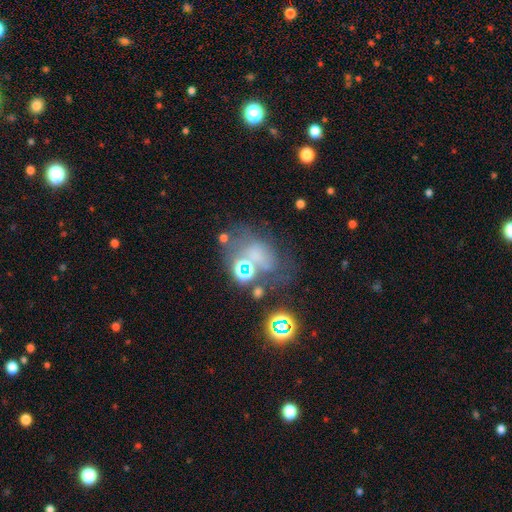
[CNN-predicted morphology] smooth-or-featured: smooth: 43% | star or artifact: 31% | featured or disk: 26%
  merging: none: 39% | major disturbance: 25% | minor disturbance: 20% | merger: 16%